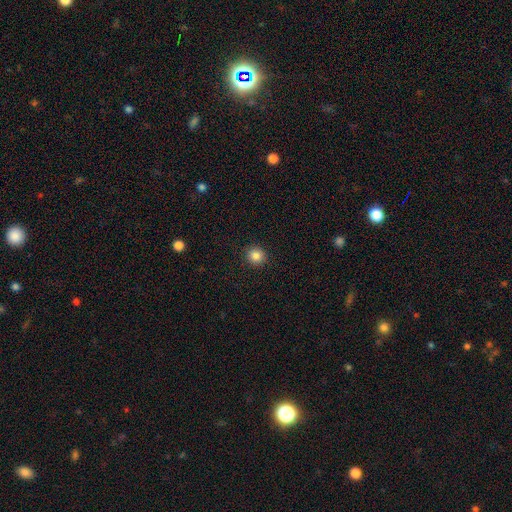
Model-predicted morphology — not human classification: Overall: smooth (86%). How rounded: round (89%). Merging: none (92%).